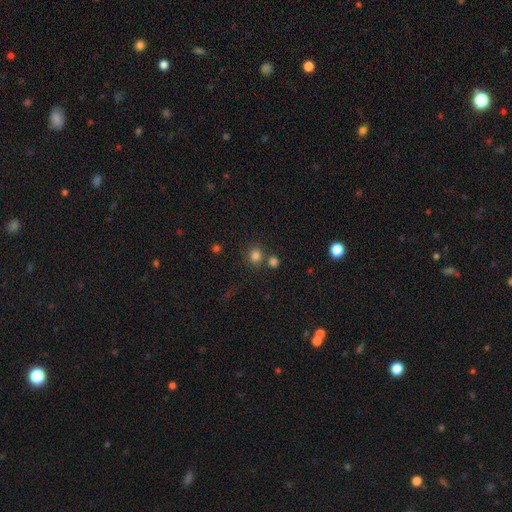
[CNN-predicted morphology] Smooth or featured? Predicted: smooth (p=0.80). How rounded? Predicted: round (p=0.87). Merging? Predicted: none (p=0.70).